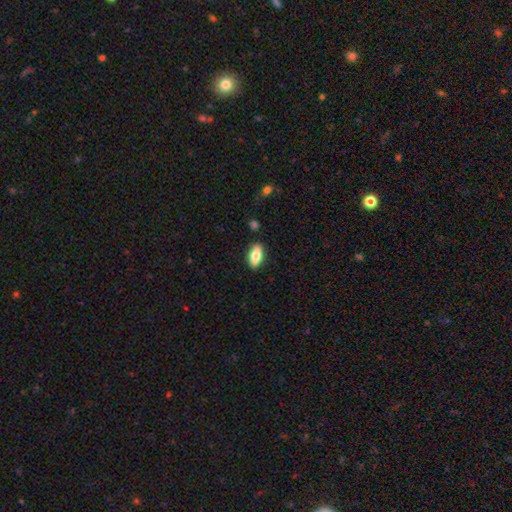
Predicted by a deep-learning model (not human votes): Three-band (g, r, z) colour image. It shows a smooth galaxy with no disk features (72%) that is in between round and cigar-shaped (81%). Merging: none (87%).